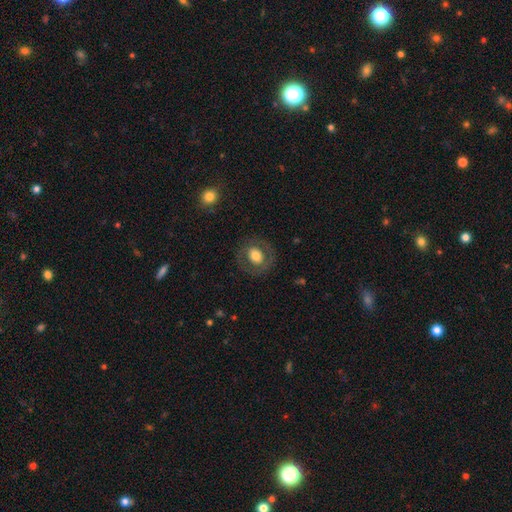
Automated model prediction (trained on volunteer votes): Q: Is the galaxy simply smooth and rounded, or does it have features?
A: smooth — 58%.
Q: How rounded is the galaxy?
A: round — 72%.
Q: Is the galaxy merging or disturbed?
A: none — 81%.